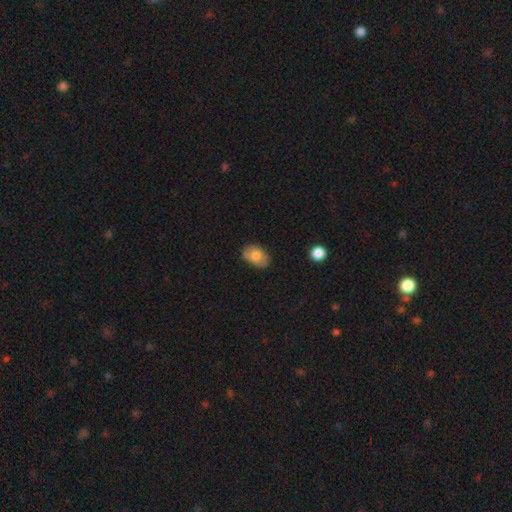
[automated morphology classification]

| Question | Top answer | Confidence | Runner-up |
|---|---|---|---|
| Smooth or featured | smooth | 74% | featured or disk (19%) |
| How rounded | in between | 82% | round (17%) |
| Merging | none | 80% | minor disturbance (16%) |